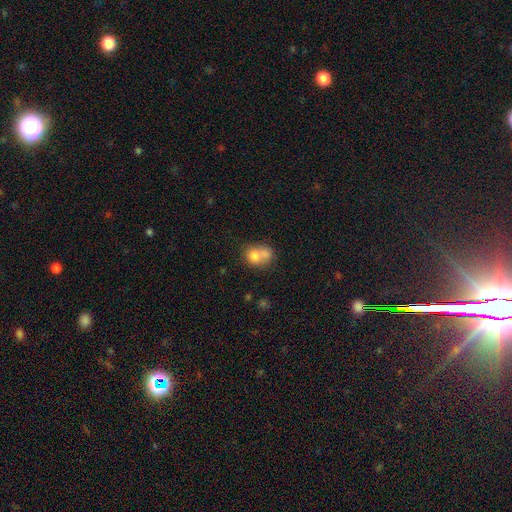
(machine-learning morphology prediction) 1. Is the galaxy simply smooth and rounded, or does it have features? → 72% smooth, 18% featured or disk, 10% star or artifact.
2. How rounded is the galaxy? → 62% round, 37% in between, 1% cigar-shaped.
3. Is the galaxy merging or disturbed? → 63% merger, 25% none, 8% minor disturbance, 4% major disturbance.